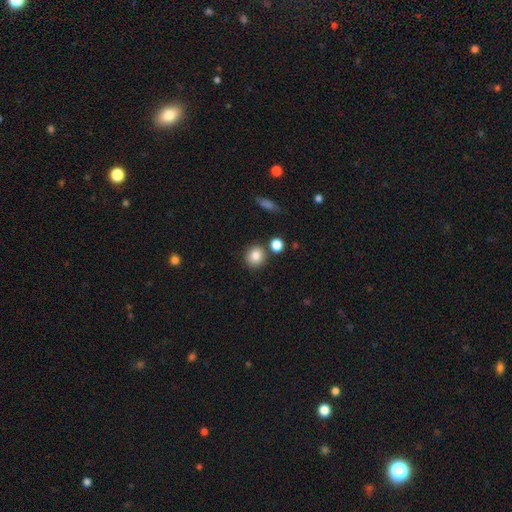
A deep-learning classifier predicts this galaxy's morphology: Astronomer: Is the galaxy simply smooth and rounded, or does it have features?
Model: smooth — 85%.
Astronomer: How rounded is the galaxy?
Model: round — 83%.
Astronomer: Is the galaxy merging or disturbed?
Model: none — 79%.